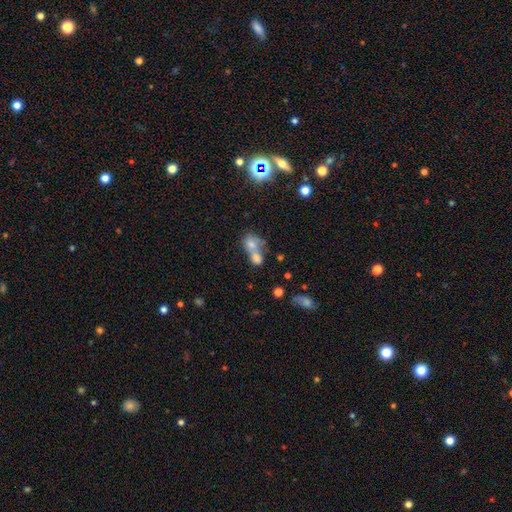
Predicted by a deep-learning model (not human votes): This is likely a smooth galaxy (72%). How rounded: possibly in between (56%). Merging: likely merger (67%).